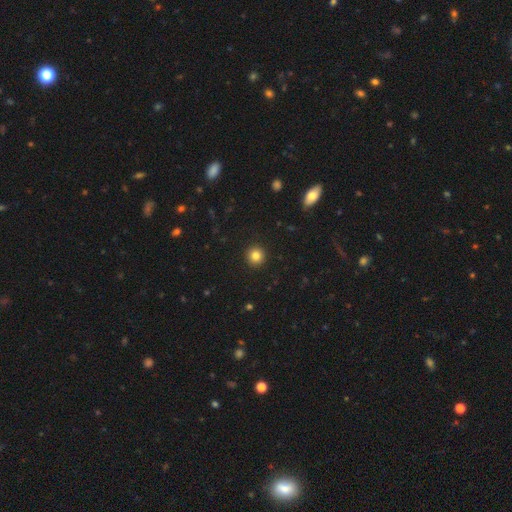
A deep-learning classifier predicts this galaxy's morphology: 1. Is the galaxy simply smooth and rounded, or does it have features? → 83% smooth, 11% star or artifact, 5% featured or disk.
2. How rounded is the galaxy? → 94% round, 5% in between, 1% cigar-shaped.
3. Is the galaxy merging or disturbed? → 93% none, 4% minor disturbance, 2% major disturbance, 1% merger.